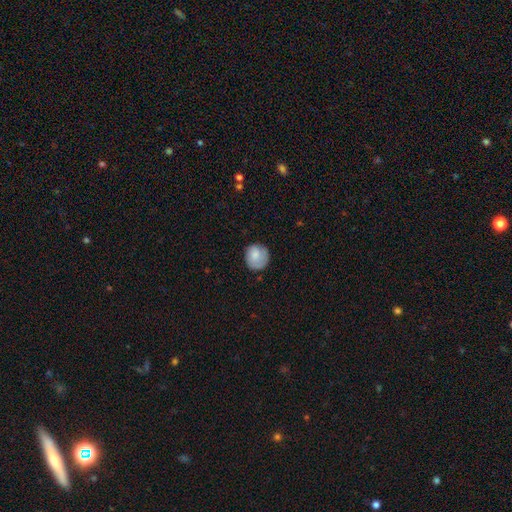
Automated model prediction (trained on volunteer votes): Smooth or featured: smooth — 72% (featured or disk — 21%)
How rounded: round — 80% (in between — 19%)
Merging: none — 70% (minor disturbance — 21%)